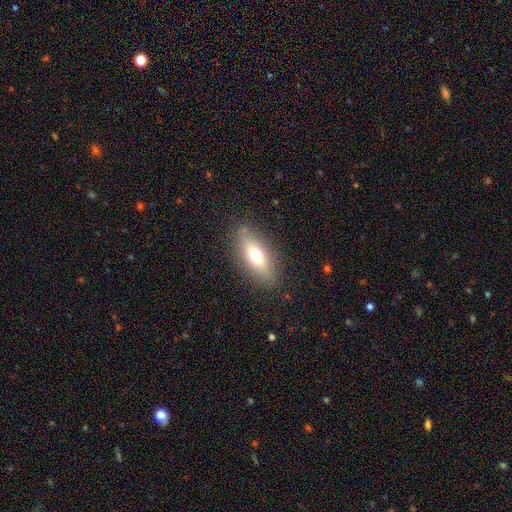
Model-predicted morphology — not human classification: Overall: smooth (65%). How rounded: in between (75%). Merging: none (83%).